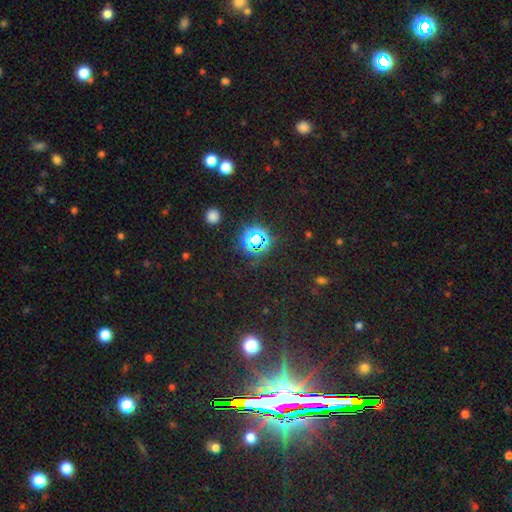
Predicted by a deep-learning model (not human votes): Q: Smooth or featured?
A: star or artifact (70%); runner-up: smooth (22%)